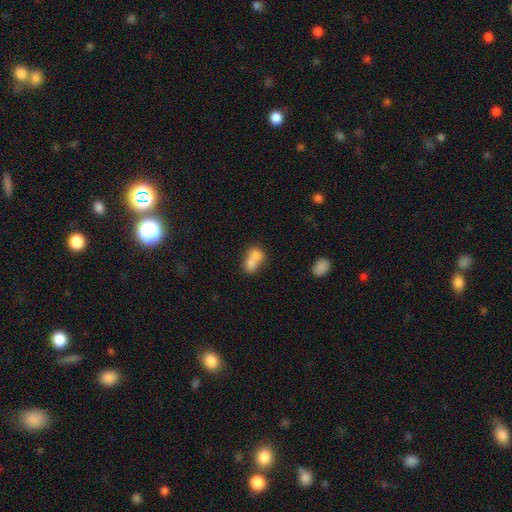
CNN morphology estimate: This is likely a smooth galaxy (74%). How rounded: possibly in between (58%). Merging: likely merger (72%).